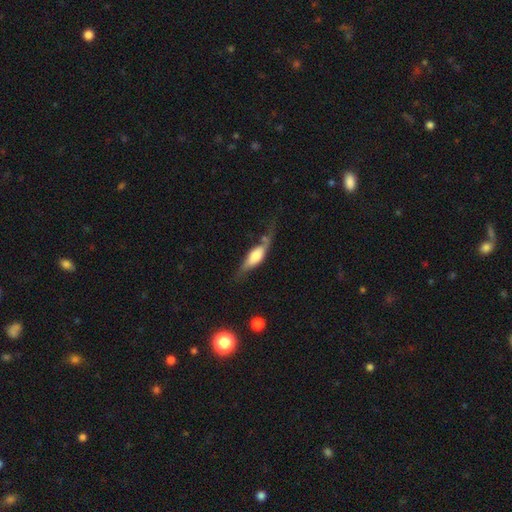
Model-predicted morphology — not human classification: featured or disk 48%, smooth 46%, star or artifact 7%. Down the decision tree: merging — none (41%).